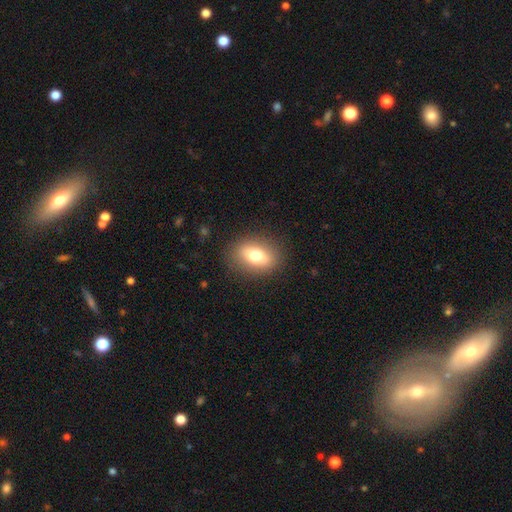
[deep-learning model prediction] This is likely a smooth galaxy (71%). How rounded: likely in between (77%). Merging: clearly none (86%).